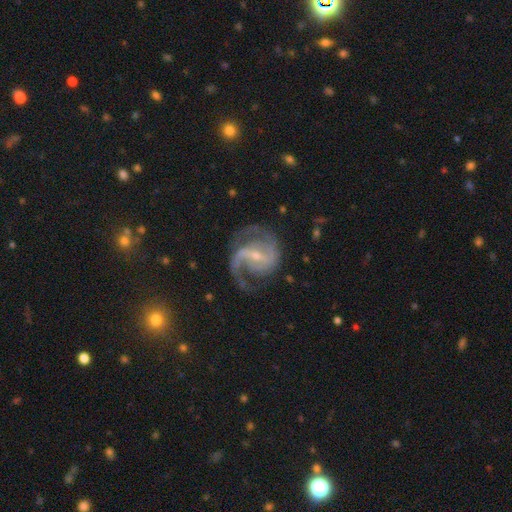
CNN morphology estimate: Smooth or featured? featured or disk (91%)
Edge-on disk? no (98%)
Bar? weak (44%)
Spiral arms? yes (97%)
Spiral winding? medium (55%)
Spiral arm count? 2 (79%)
Bulge size? small (69%)
Merging? none (66%)